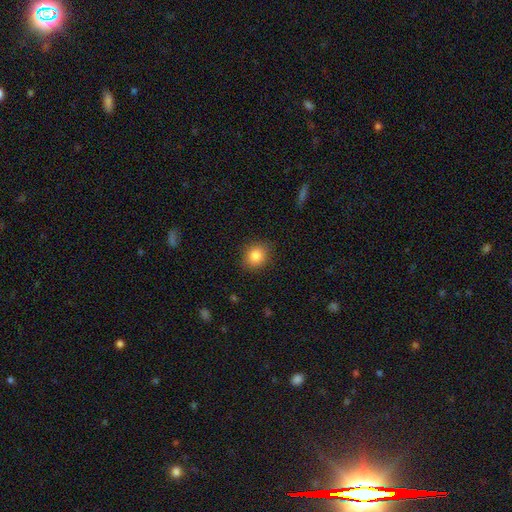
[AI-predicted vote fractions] Smooth or featured: smooth — 84% (star or artifact — 10%)
How rounded: round — 71% (in between — 28%)
Merging: none — 88% (minor disturbance — 9%)